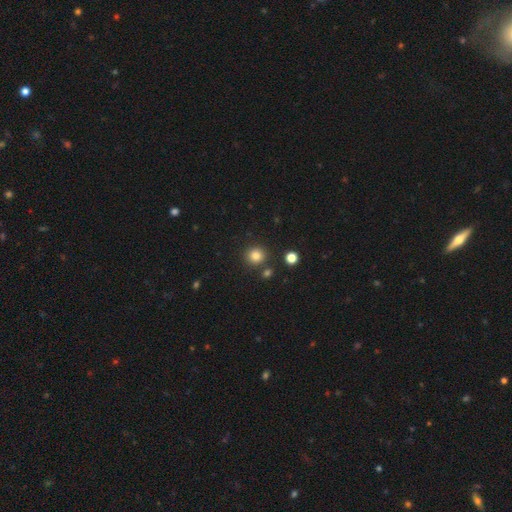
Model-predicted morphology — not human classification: A smooth galaxy with no disk features (84%) that is round (91%).

Vote fractions:
- Smooth or featured? smooth: 84% / star or artifact: 12% / featured or disk: 4%
- How rounded? round: 91% / in between: 8% / cigar-shaped: 1%
- Merging? none: 84% / minor disturbance: 7% / merger: 6% / major disturbance: 2%